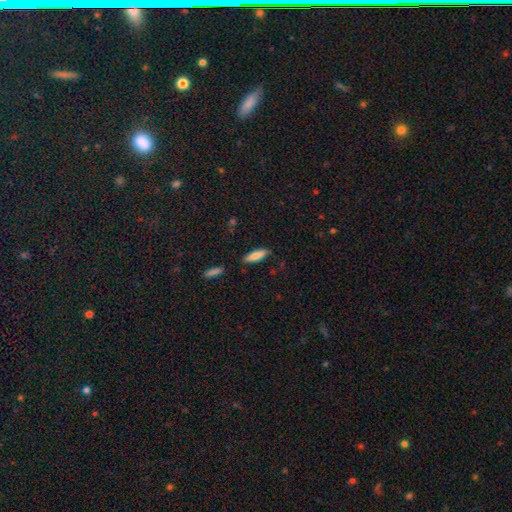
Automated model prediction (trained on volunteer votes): This appears to be a smooth galaxy with no disk features (77%) that is cigar-shaped (61%). Merging: none (84%).